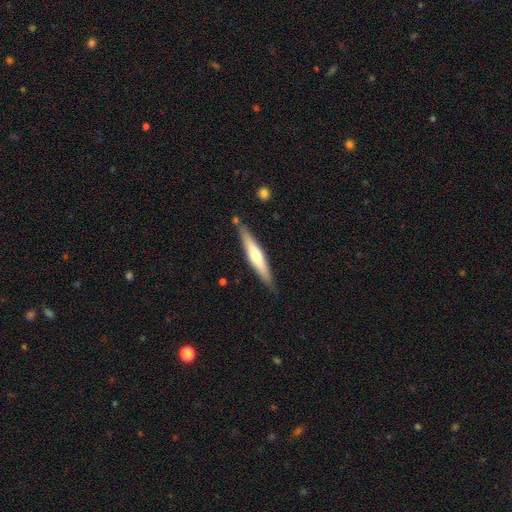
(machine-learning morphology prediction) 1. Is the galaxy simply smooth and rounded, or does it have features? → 53% featured or disk, 42% smooth, 5% star or artifact.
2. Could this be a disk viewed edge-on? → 94% yes, 6% no.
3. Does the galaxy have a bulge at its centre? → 84% rounded, 11% none, 5% boxy.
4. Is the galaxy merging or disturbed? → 84% none, 11% minor disturbance, 3% merger, 2% major disturbance.